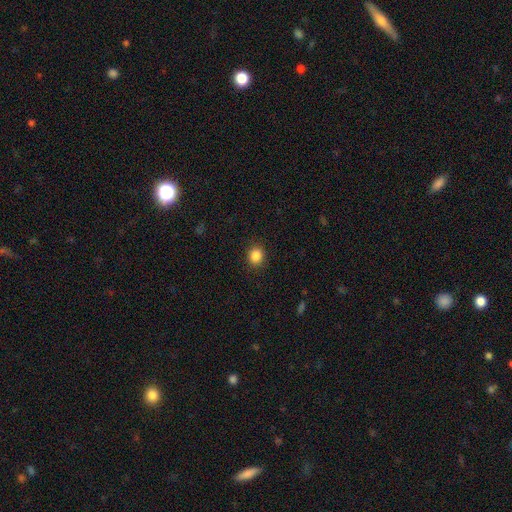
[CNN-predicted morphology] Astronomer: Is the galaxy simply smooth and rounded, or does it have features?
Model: smooth — 86%.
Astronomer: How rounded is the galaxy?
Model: round — 80%.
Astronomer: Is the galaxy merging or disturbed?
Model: none — 90%.